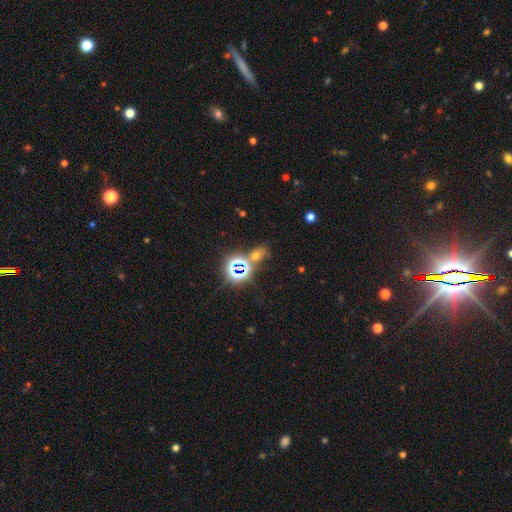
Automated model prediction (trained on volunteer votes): The model was most divided on "smooth or featured": star or artifact: 51%, smooth: 39%, featured or disk: 10%.